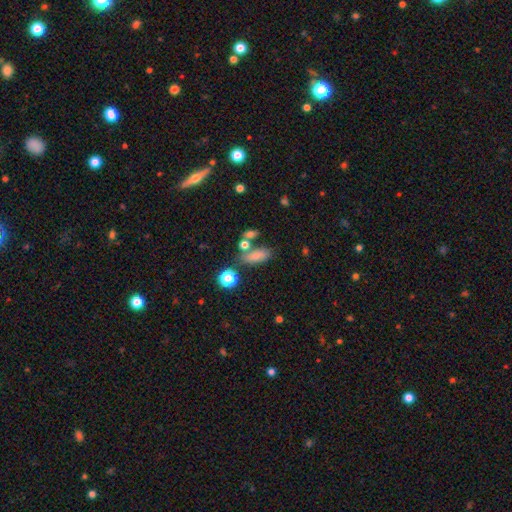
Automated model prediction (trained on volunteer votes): Overall: smooth (77%). How rounded: in between (73%). Merging: none (59%).